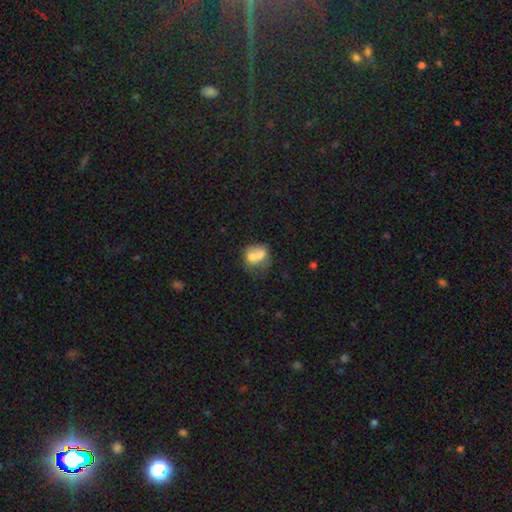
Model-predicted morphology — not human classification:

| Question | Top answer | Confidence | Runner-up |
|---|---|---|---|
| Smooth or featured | smooth | 65% | featured or disk (25%) |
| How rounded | round | 49% | tied: in between (49%) |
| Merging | merger | 55% | none (23%) |